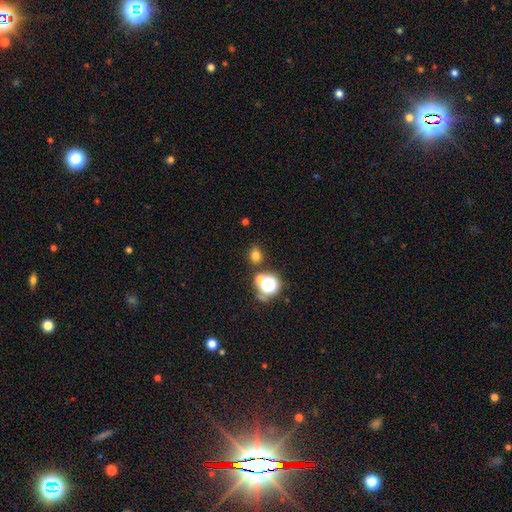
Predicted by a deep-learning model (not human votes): smooth_or_featured: smooth (p=0.70) [alt: star or artifact p=0.23]
how_rounded: round (p=0.62) [alt: in between p=0.36]
merging: none (p=0.78) [alt: merger p=0.10]